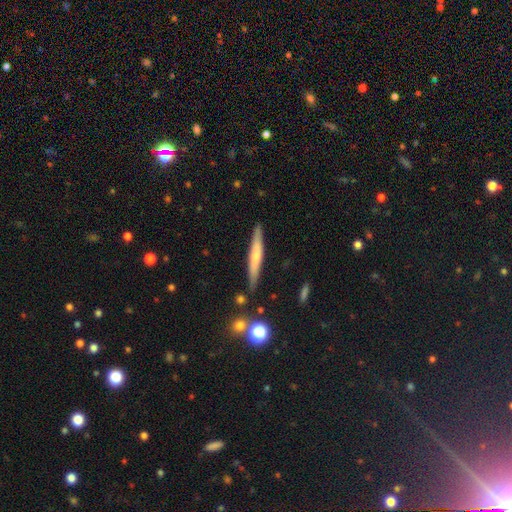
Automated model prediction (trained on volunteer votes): A smooth galaxy with no disk features (50%). Merging: none (85%).